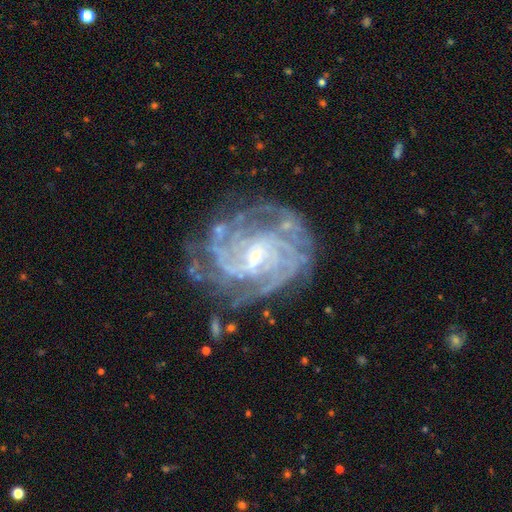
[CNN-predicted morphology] The model was most divided on "spiral arm count" (2-way tie): can't tell: 24%, 4: 24%, 3: 15%, more than 4: 15%, 2: 14%, 1: 7%. Remaining: edge-on disk — no (97%); spiral arms — yes (97%); smooth or featured — featured or disk (90%); bulge size — small (83%); merging — none (70%); spiral winding — tight (68%); bar — no (47%).